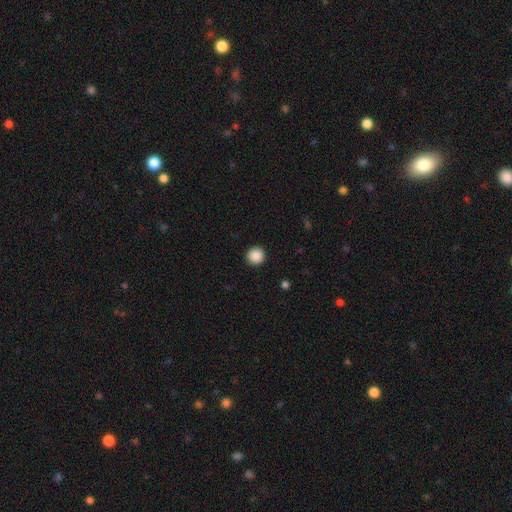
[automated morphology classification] Smooth or featured? smooth (88%)
How rounded? round (94%)
Merging? none (92%)